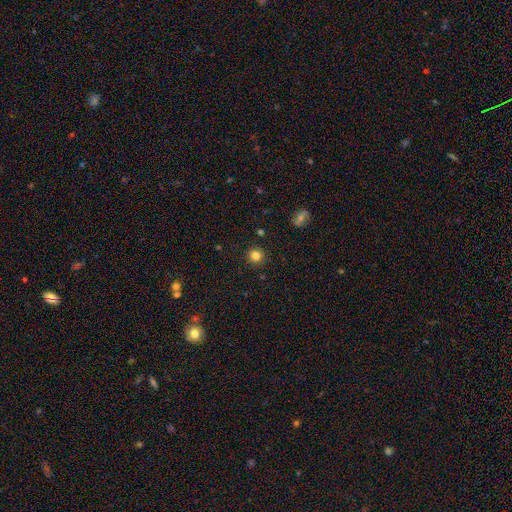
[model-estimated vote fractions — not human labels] This is clearly a smooth galaxy (82%). How rounded: clearly round (94%). Merging: clearly none (91%).